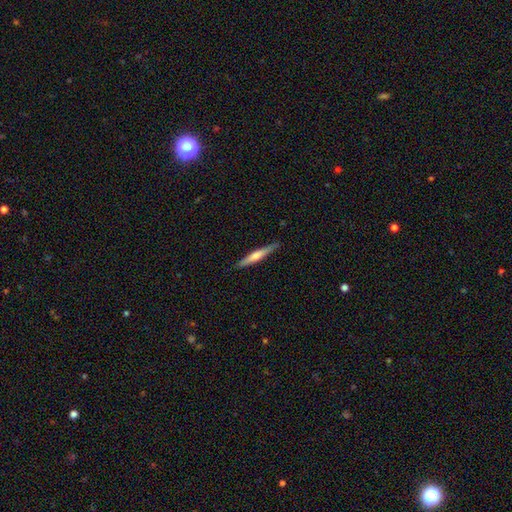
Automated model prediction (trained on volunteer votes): Overall: featured or disk (48%; smooth 46%). Merging: none (88%).